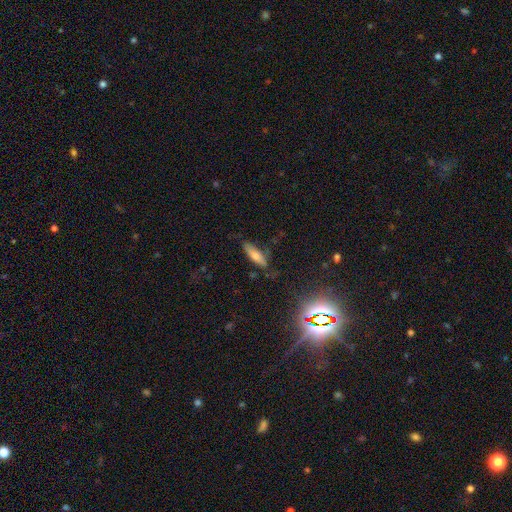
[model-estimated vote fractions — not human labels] smooth-or-featured: smooth: 68% | featured or disk: 22% | star or artifact: 10%
  how-rounded: cigar-shaped: 59% | in between: 38% | round: 2%
  merging: none: 71% | minor disturbance: 21% | major disturbance: 5% | merger: 3%